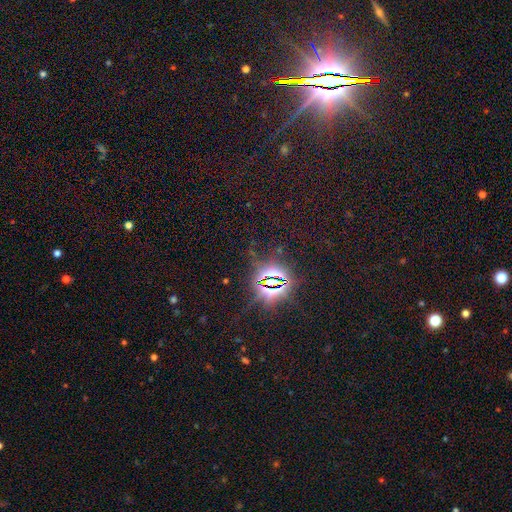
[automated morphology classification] This appears to be a star or artifact, not a galaxy (84%).